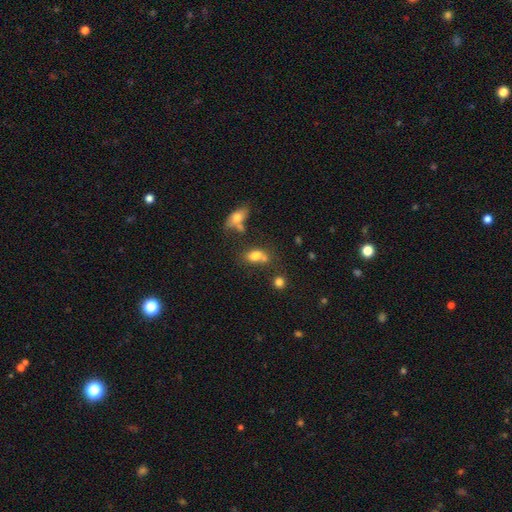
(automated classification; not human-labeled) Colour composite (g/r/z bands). It shows a smooth galaxy with no disk features (77%) that is in between round and cigar-shaped (76%). Merging: none (41%).